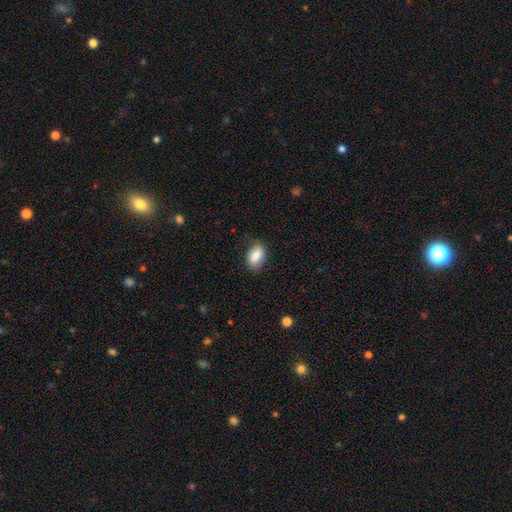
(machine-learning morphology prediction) Overall: smooth (85%). How rounded: in between (89%). Merging: none (77%).